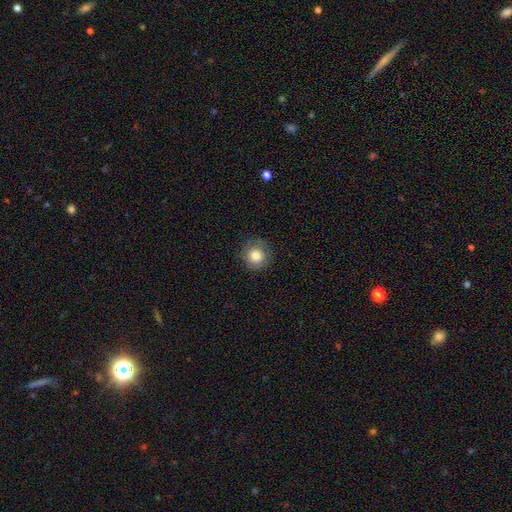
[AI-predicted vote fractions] A smooth galaxy with no disk features (81%) that is round (93%).

Vote fractions:
- Smooth or featured? smooth: 81% / star or artifact: 10% / featured or disk: 9%
- How rounded? round: 93% / in between: 6% / cigar-shaped: 1%
- Merging? none: 85% / minor disturbance: 11% / major disturbance: 3% / merger: 1%